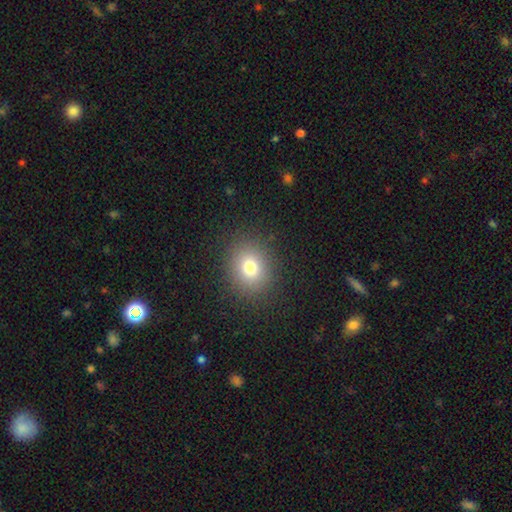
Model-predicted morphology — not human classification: This is likely a smooth galaxy (76%). How rounded: likely round (66%). Merging: clearly none (91%).